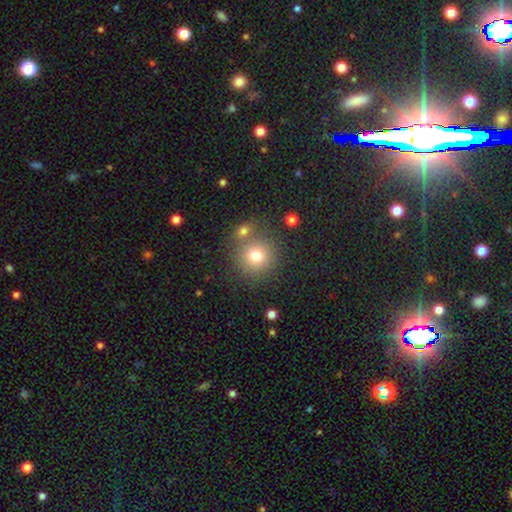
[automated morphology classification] Smooth or featured? smooth (75%)
How rounded? round (92%)
Merging? none (71%)